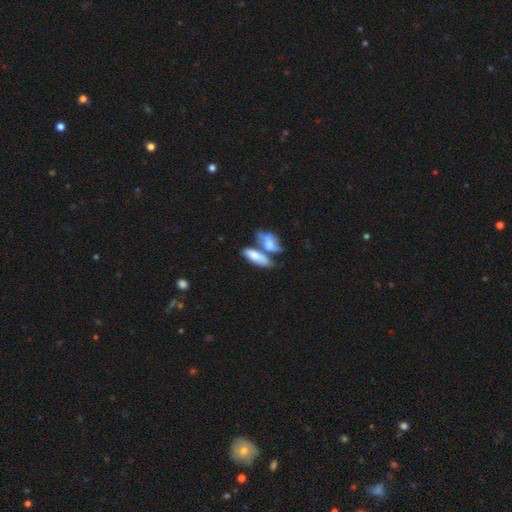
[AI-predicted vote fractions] smooth-or-featured: smooth: 73% | featured or disk: 21% | star or artifact: 7%
  how-rounded: in between: 79% | cigar-shaped: 18% | round: 4%
  merging: merger: 53% | none: 30% | minor disturbance: 12% | major disturbance: 6%